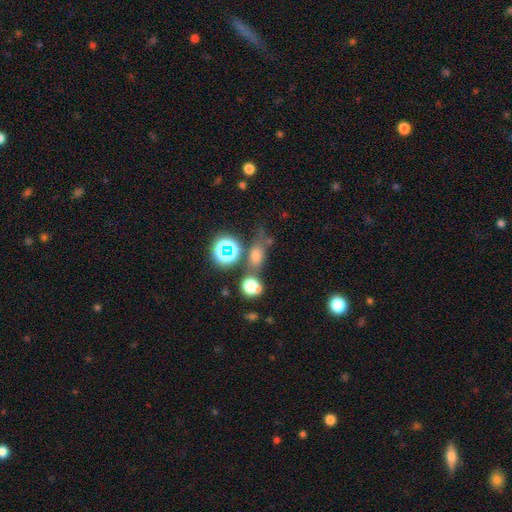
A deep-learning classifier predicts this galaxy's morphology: Smooth or featured? Predicted: smooth (p=0.57). How rounded? Predicted: in between (p=0.56). Merging? Predicted: none (p=0.58).